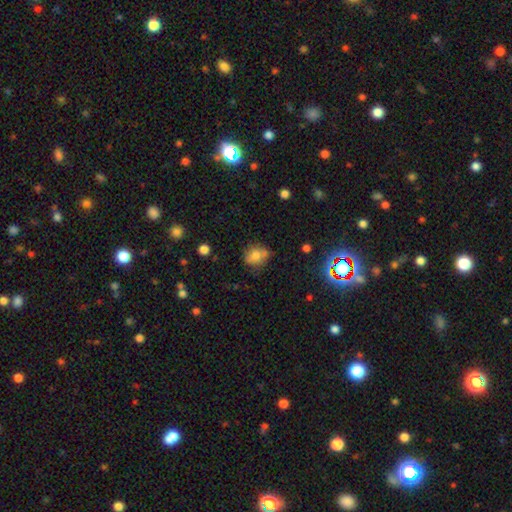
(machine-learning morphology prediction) Overall: smooth (69%). How rounded: round (68%; in between 31%). Merging: none (61%; minor disturbance 24%).